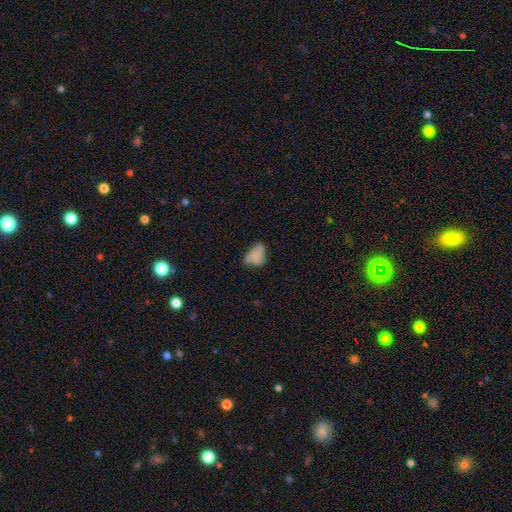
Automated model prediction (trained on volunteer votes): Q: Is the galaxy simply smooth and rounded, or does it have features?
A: smooth — 61%.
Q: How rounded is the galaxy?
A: in between — 81%.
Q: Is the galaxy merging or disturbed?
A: none — 37%.